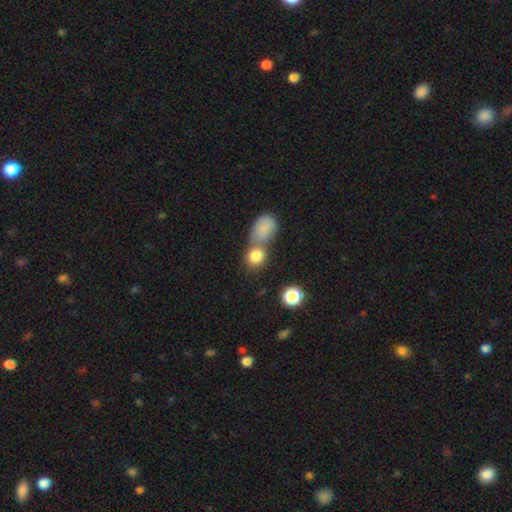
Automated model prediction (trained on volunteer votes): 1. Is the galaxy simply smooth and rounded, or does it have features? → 81% smooth, 11% star or artifact, 8% featured or disk.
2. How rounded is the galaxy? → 64% round, 34% in between, 2% cigar-shaped.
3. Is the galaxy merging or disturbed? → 48% merger, 39% none, 8% minor disturbance, 4% major disturbance.